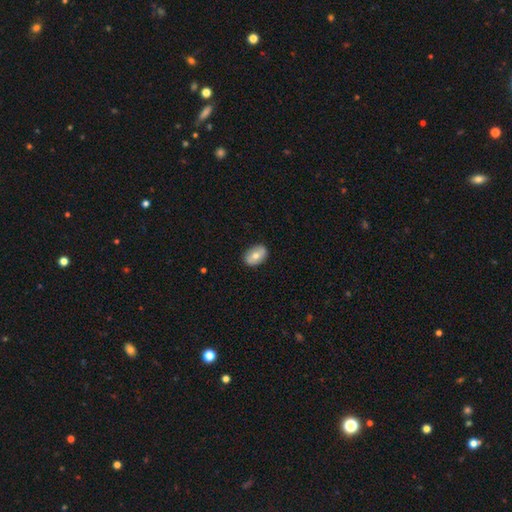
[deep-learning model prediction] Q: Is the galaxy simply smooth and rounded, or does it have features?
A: smooth — 64%.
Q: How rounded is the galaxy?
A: in between — 84%.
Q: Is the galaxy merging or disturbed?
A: none — 85%.